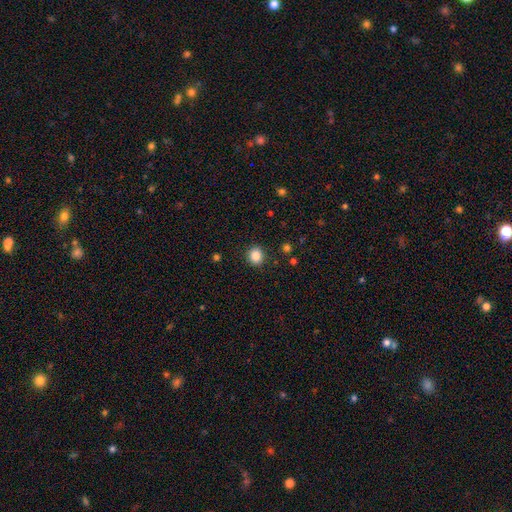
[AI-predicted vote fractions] A smooth galaxy with no disk features (85%) that is round (81%). Merging: none (90%).